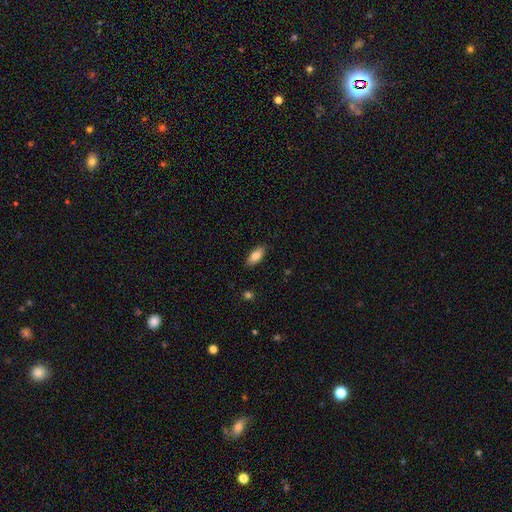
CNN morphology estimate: Q: Smooth or featured?
A: smooth (82%); runner-up: featured or disk (11%)
Q: How rounded?
A: in between (87%); runner-up: cigar-shaped (10%)
Q: Merging?
A: none (87%); runner-up: minor disturbance (10%)